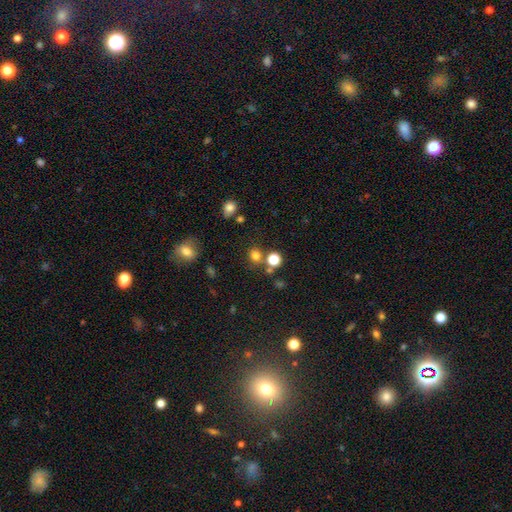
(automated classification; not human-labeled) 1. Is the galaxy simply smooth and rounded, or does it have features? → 76% smooth, 18% star or artifact, 6% featured or disk.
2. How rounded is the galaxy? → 85% round, 14% in between, 1% cigar-shaped.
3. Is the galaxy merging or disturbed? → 74% none, 14% merger, 9% minor disturbance, 4% major disturbance.